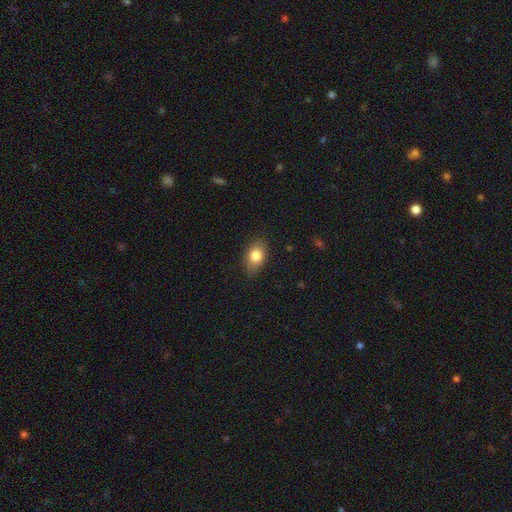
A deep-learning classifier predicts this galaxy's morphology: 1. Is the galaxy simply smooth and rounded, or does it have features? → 81% smooth, 11% featured or disk, 8% star or artifact.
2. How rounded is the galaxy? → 79% in between, 18% round, 2% cigar-shaped.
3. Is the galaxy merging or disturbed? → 80% none, 16% minor disturbance, 3% major disturbance, 1% merger.